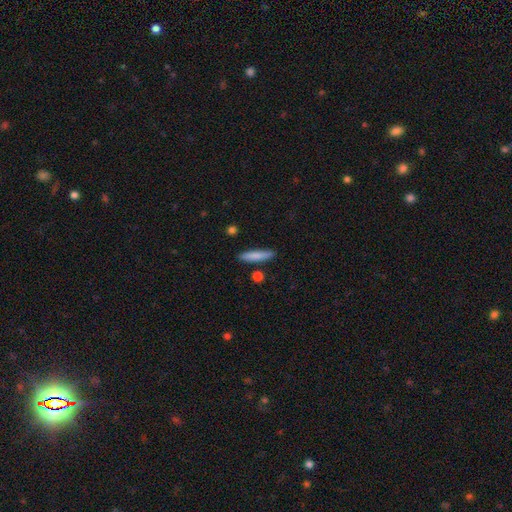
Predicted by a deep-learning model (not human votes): smooth-or-featured: smooth: 81% | featured or disk: 13% | star or artifact: 6%
  how-rounded: cigar-shaped: 87% | in between: 11% | round: 2%
  merging: none: 86% | minor disturbance: 9% | merger: 3% | major disturbance: 2%